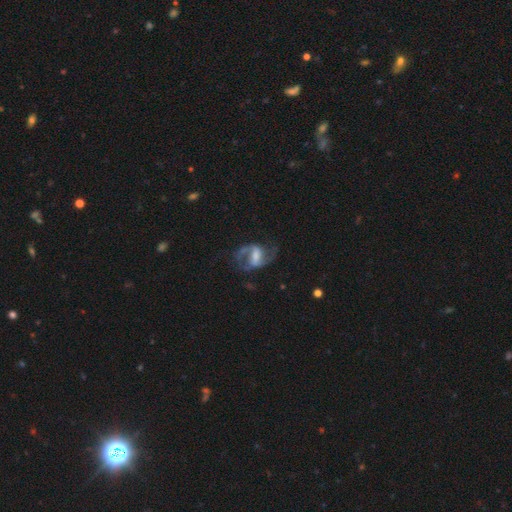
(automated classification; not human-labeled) A featured or disk galaxy (83%) with a weak bar (46%), 2 (88%) medium (50%) spiral arms (93%) and a moderate central bulge (34%). Merging: none (63%).